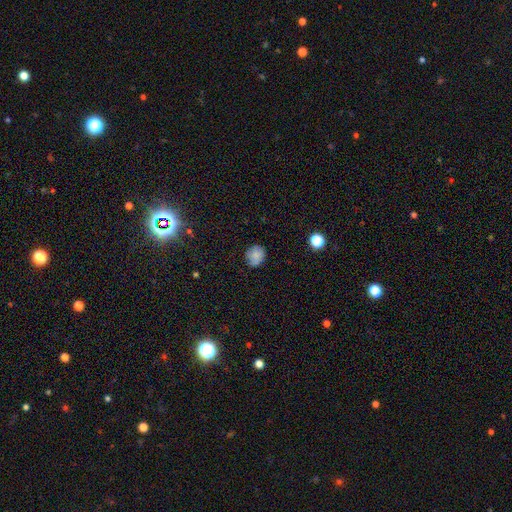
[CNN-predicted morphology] This appears to be a smooth galaxy with no disk features (79%) that is round (75%). Merging: none (72%).